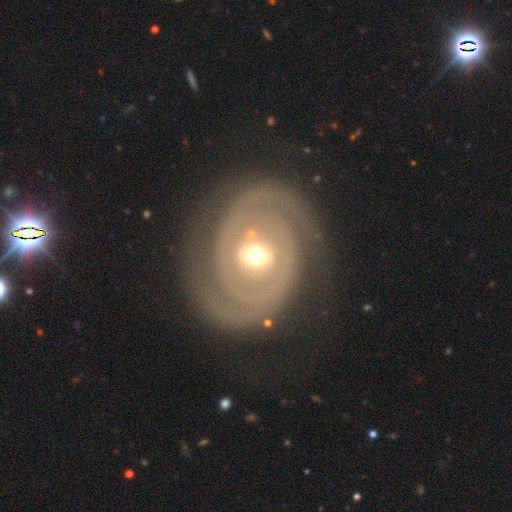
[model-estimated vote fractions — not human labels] Q: Smooth or featured?
A: featured or disk (78%); runner-up: smooth (16%)
Q: Edge-on disk?
A: no (95%); runner-up: yes (5%)
Q: Bar?
A: no (55%); runner-up: weak (28%)
Q: Spiral arms?
A: yes (60%); runner-up: no (40%)
Q: Bulge size?
A: moderate (65%); runner-up: small (23%)
Q: Merging?
A: none (67%); runner-up: minor disturbance (16%)